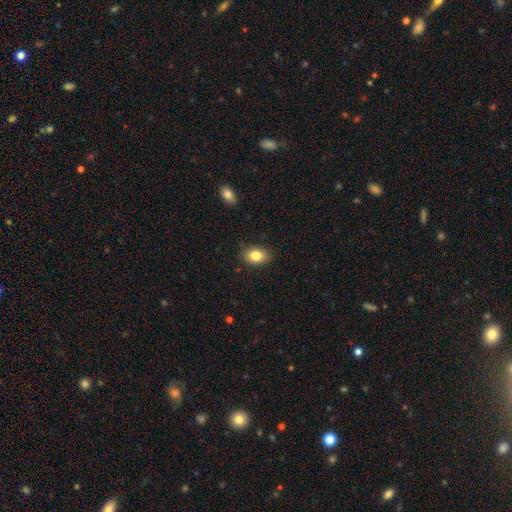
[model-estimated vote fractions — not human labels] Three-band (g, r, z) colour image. It shows a smooth galaxy with no disk features (83%) that is in between round and cigar-shaped (79%). Merging: none (86%).